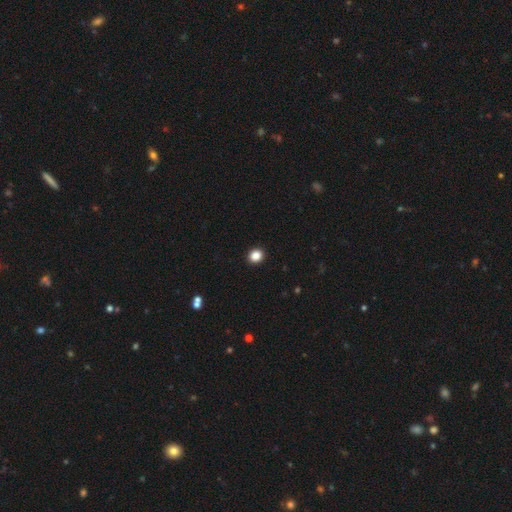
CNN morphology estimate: Smooth or featured: smooth — 86% (star or artifact — 11%)
How rounded: round — 80% (in between — 20%)
Merging: none — 93% (minor disturbance — 4%)